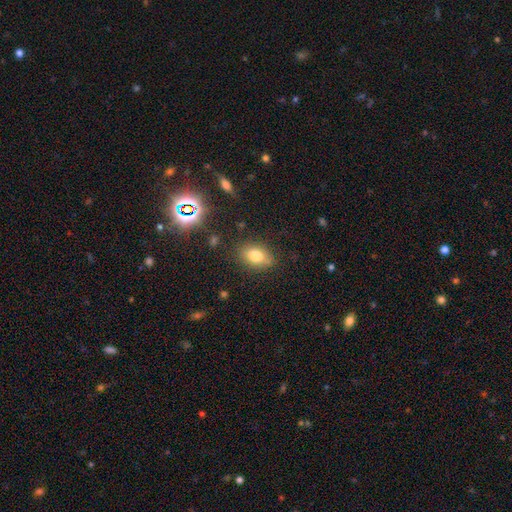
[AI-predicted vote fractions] This is likely a smooth galaxy (76%). How rounded: likely in between (78%). Merging: clearly none (83%).